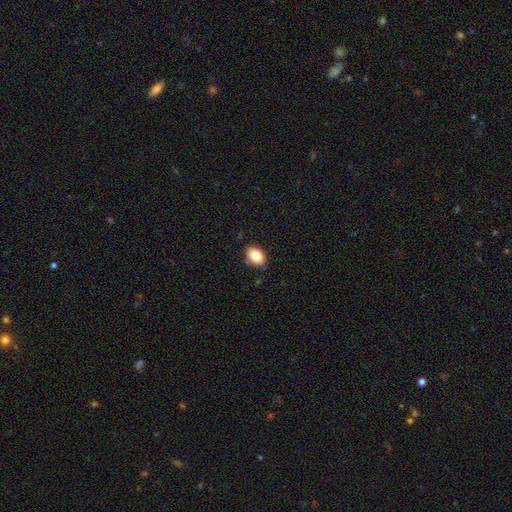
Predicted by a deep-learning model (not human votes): Smooth or featured: smooth — 83% (featured or disk — 9%)
How rounded: in between — 82% (round — 17%)
Merging: none — 85% (minor disturbance — 11%)